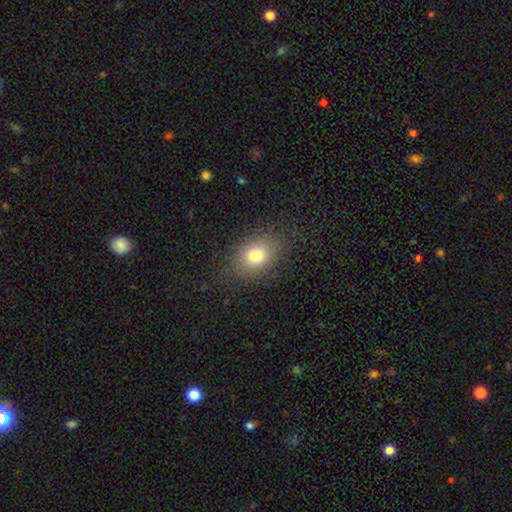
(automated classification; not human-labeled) This appears to be a smooth galaxy with no disk features (77%) that is in between round and cigar-shaped (68%). Merging: none (82%).